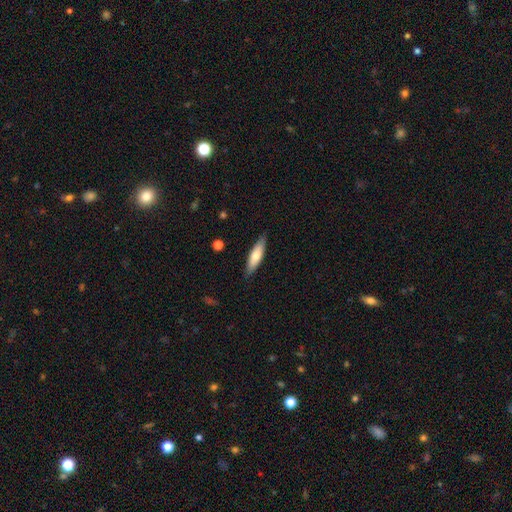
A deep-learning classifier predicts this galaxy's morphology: Smooth or featured?
  - smooth: 65% *
  - featured or disk: 30%
  - star or artifact: 6%
How rounded?
  - cigar-shaped: 63% *
  - in between: 36%
  - round: 2%
Merging?
  - none: 87% *
  - minor disturbance: 10%
  - major disturbance: 2%
  - merger: 1%